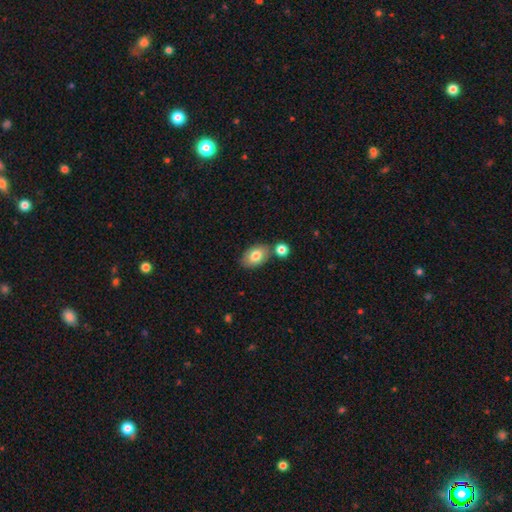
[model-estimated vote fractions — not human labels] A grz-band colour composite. It shows a smooth galaxy with no disk features (80%) that is in between round and cigar-shaped (88%). Merging: none (68%).